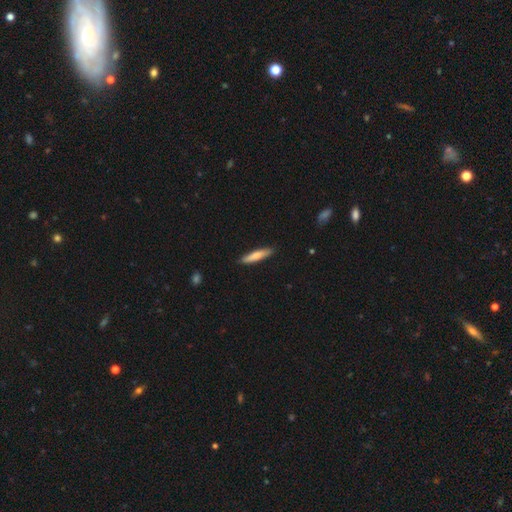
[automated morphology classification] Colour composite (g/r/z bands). It shows a smooth galaxy with no disk features (73%) that is cigar-shaped (86%). Merging: none (88%).